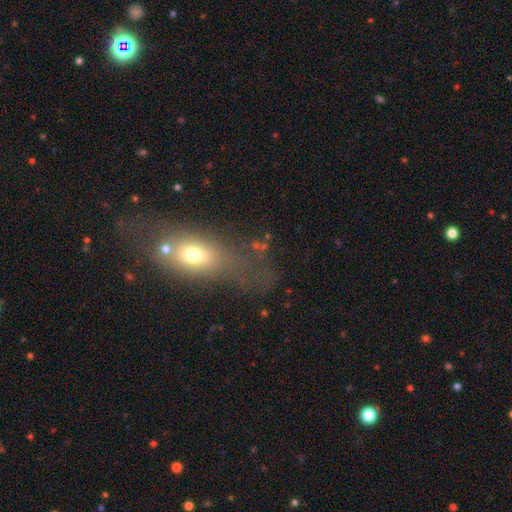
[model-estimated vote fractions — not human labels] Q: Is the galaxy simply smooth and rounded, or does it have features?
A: smooth — 54%.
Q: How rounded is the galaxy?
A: in between — 64%.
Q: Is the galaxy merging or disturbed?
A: none — 46%.